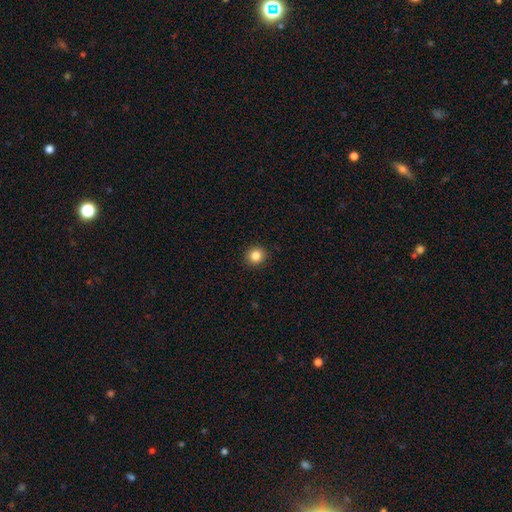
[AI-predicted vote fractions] Q: Smooth or featured?
A: smooth (85%); runner-up: star or artifact (10%)
Q: How rounded?
A: round (92%); runner-up: in between (7%)
Q: Merging?
A: none (93%); runner-up: minor disturbance (5%)